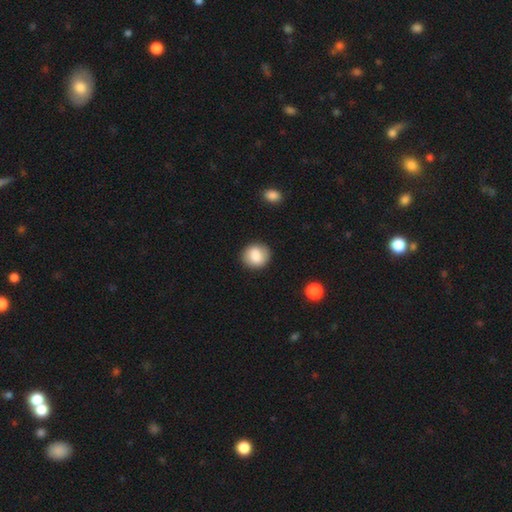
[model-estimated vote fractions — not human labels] A smooth galaxy with no disk features (83%) that is round (82%).

Vote fractions:
- Smooth or featured? smooth: 83% / featured or disk: 9% / star or artifact: 8%
- How rounded? round: 82% / in between: 17% / cigar-shaped: 1%
- Merging? none: 86% / minor disturbance: 10% / major disturbance: 3% / merger: 2%